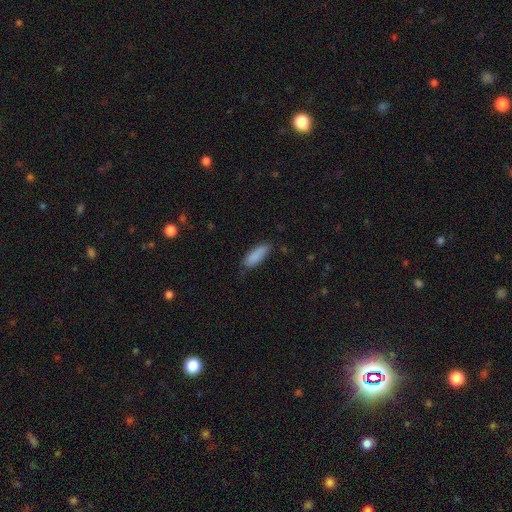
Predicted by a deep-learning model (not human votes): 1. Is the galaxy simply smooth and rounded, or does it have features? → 88% smooth, 6% star or artifact, 6% featured or disk.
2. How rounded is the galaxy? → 64% in between, 34% cigar-shaped, 2% round.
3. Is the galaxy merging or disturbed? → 75% none, 20% minor disturbance, 4% major disturbance, 1% merger.